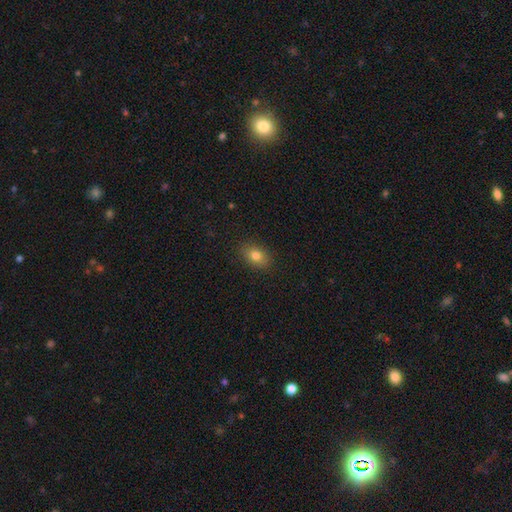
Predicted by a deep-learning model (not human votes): Morphology: type=smooth (80%); roundness=in between (79%); merging=none (88%).